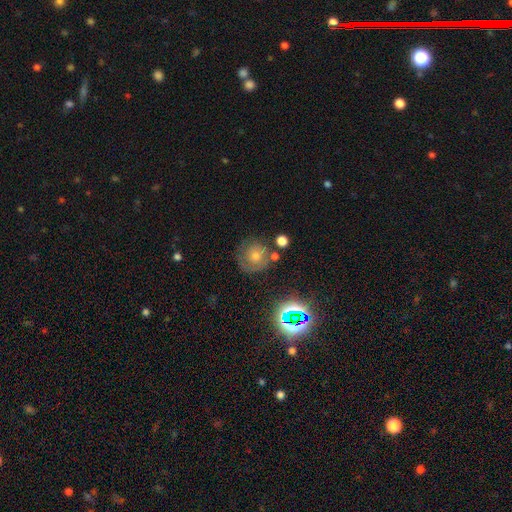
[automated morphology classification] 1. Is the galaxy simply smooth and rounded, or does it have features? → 41% featured or disk, 35% smooth, 24% star or artifact.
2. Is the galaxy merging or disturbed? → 71% none, 16% minor disturbance, 7% major disturbance, 5% merger.